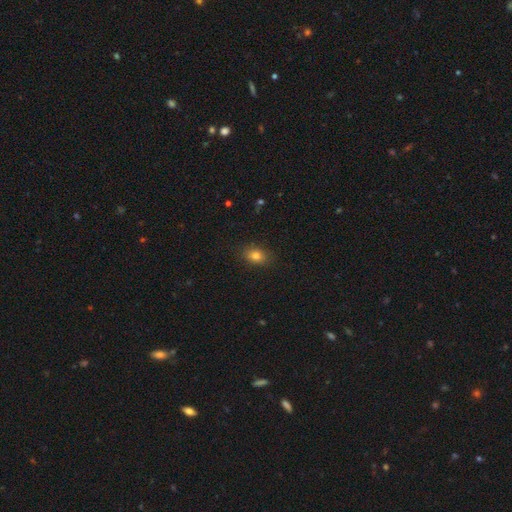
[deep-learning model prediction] A smooth galaxy with no disk features (80%) that is in between round and cigar-shaped (70%). Merging: none (86%).